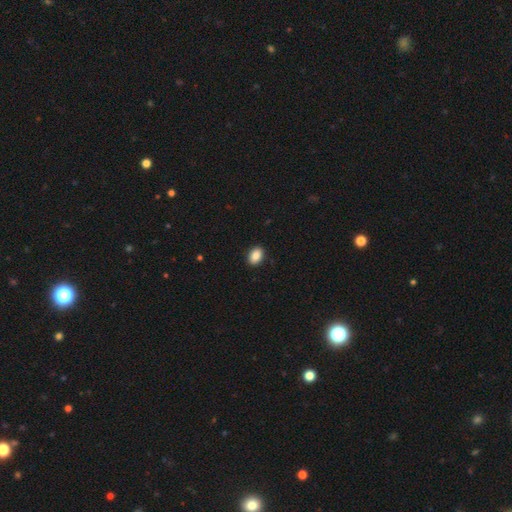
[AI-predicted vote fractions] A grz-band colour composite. It shows a smooth galaxy with no disk features (89%) that is in between round and cigar-shaped (82%). Merging: none (91%).